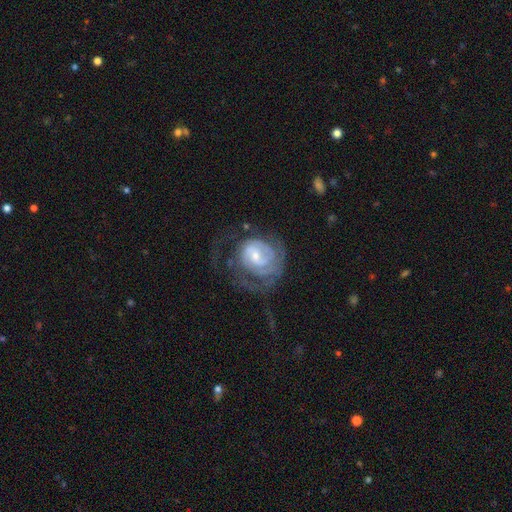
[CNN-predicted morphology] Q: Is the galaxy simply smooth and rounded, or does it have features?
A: featured or disk — 82%.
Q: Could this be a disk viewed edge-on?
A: no — 98%.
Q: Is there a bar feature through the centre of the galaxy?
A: weak — 46%.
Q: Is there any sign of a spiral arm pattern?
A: yes — 92%.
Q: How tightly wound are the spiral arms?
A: tight — 53%.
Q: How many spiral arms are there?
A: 2 — 38%.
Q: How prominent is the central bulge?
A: small — 63%.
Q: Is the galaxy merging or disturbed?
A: none — 47%.